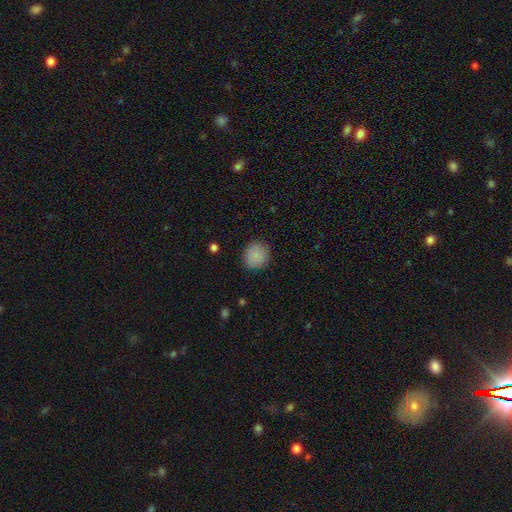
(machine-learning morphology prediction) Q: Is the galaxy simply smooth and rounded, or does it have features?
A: smooth — 86%.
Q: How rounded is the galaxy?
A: round — 86%.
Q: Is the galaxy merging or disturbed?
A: none — 87%.